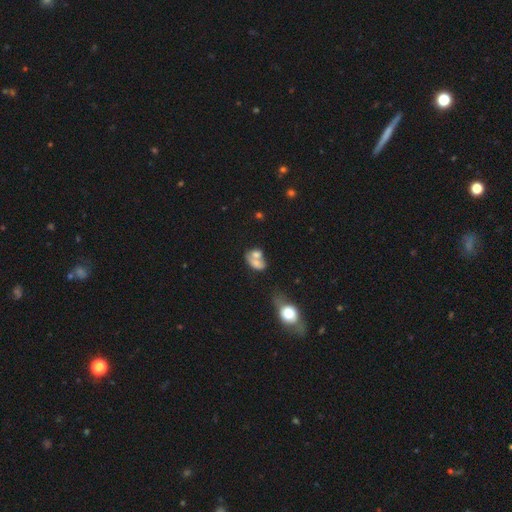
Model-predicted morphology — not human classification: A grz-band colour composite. It shows a smooth galaxy with no disk features (62%) that is in between round and cigar-shaped (75%). Merging: merger (55%).